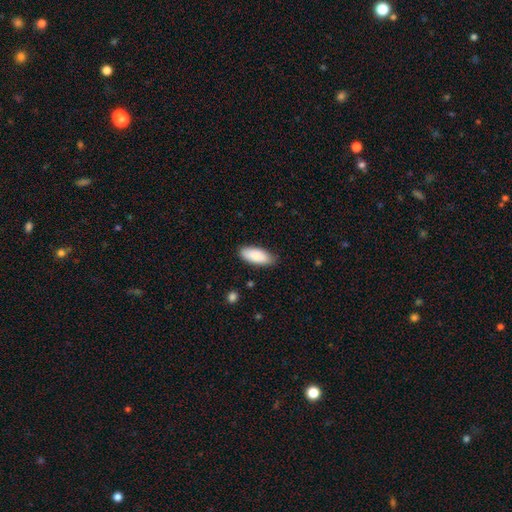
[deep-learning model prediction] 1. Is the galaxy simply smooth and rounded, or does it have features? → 86% smooth, 8% featured or disk, 6% star or artifact.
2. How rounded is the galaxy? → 85% in between, 13% cigar-shaped, 2% round.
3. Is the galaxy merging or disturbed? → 82% none, 15% minor disturbance, 2% major disturbance, 1% merger.